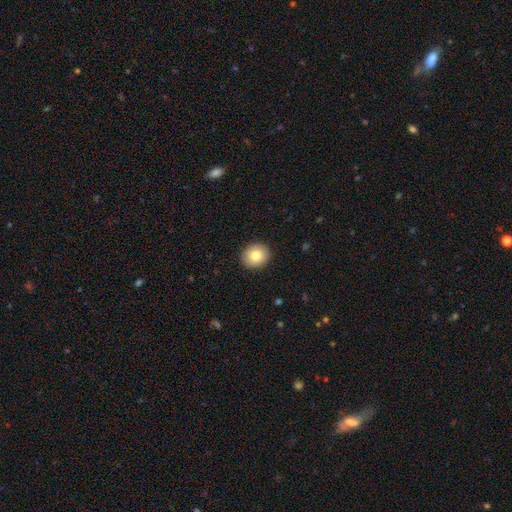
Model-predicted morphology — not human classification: Smooth or featured: smooth — 82% (featured or disk — 10%)
How rounded: round — 72% (in between — 27%)
Merging: none — 91% (minor disturbance — 6%)